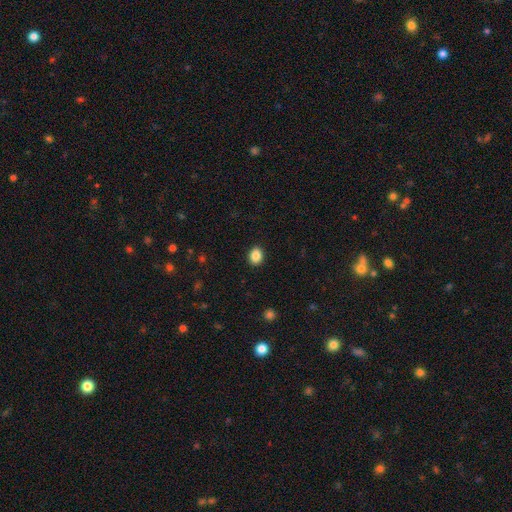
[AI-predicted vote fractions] smooth 87%, star or artifact 9%, featured or disk 4%. Down the decision tree: how rounded — in between (55%); merging — none (91%).